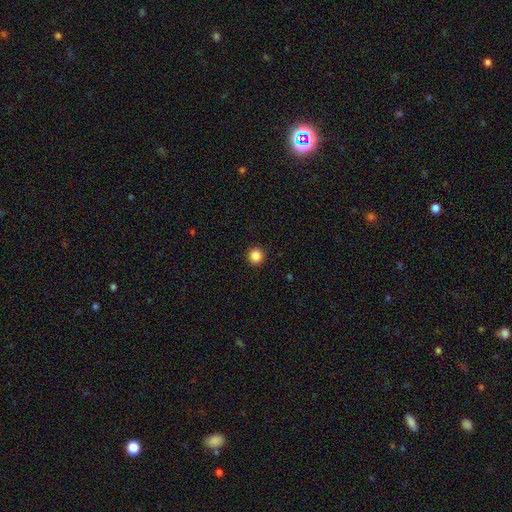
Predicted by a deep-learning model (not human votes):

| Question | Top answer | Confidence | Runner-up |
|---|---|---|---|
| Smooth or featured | smooth | 86% | star or artifact (11%) |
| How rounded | round | 95% | in between (4%) |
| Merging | none | 93% | minor disturbance (4%) |